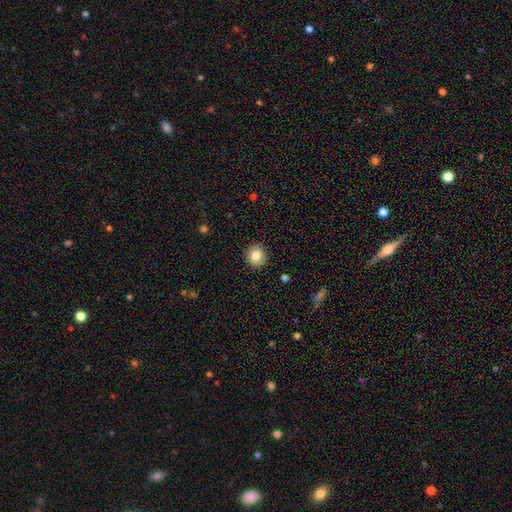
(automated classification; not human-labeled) Smooth or featured? Predicted: smooth (p=0.83). How rounded? Predicted: round (p=0.85). Merging? Predicted: none (p=0.90).